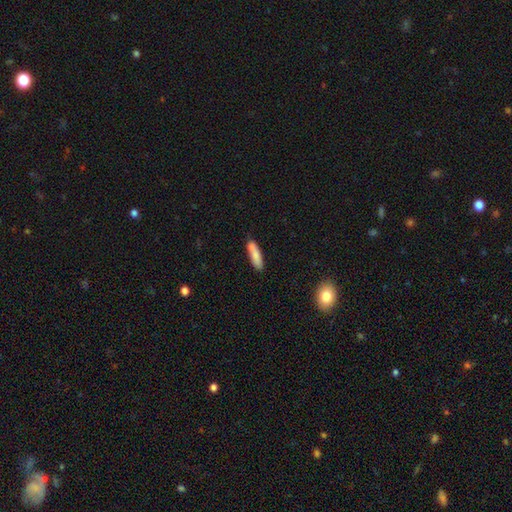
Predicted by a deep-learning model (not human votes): A smooth galaxy with no disk features (79%) that is cigar-shaped (69%). Merging: none (60%).